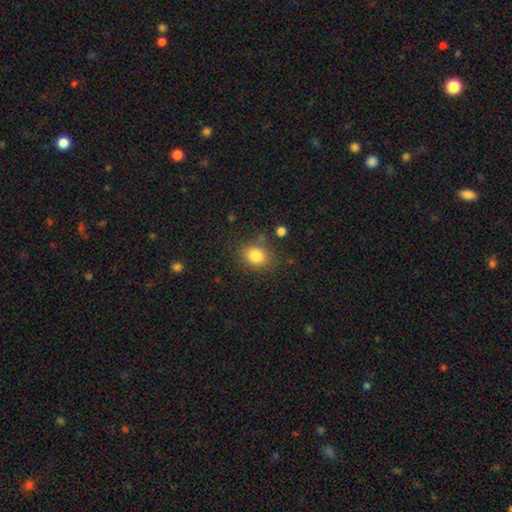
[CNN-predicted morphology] smooth_or_featured: smooth (p=0.83) [alt: star or artifact p=0.10]
how_rounded: round (p=0.50) [alt: in between p=0.49]
merging: none (p=0.78) [alt: minor disturbance p=0.14]